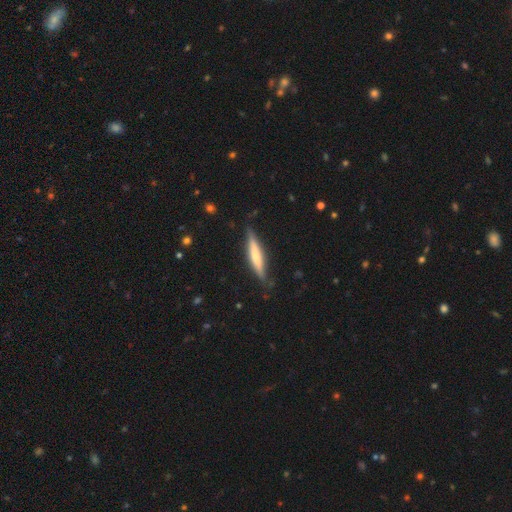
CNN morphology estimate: A smooth galaxy with no disk features (49%). Merging: none (82%).